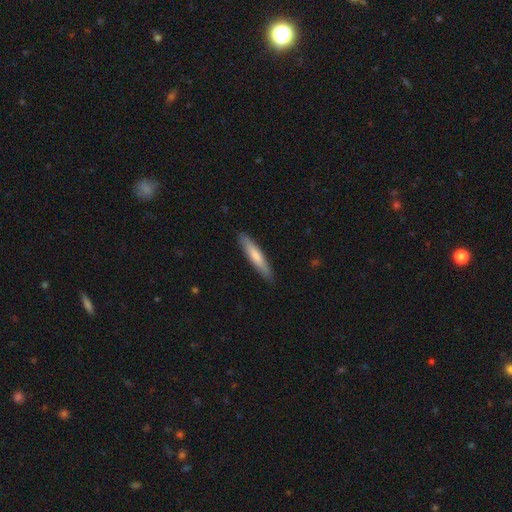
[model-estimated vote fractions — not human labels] smooth 71%, featured or disk 24%, star or artifact 5%. Down the decision tree: how rounded — cigar-shaped (89%); merging — none (89%).